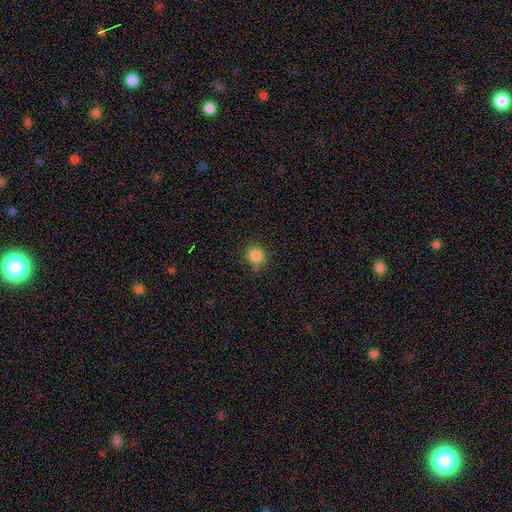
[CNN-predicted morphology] Overall: smooth (84%). How rounded: round (87%). Merging: none (71%).